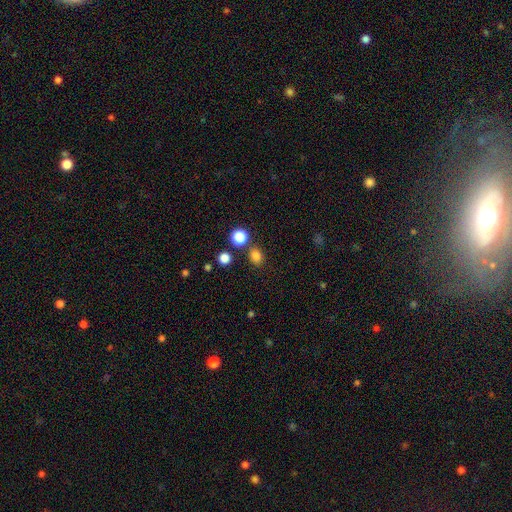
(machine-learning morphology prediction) smooth_or_featured: smooth (p=0.81) [alt: star or artifact p=0.14]
how_rounded: round (p=0.61) [alt: in between p=0.38]
merging: none (p=0.78) [alt: merger p=0.10]